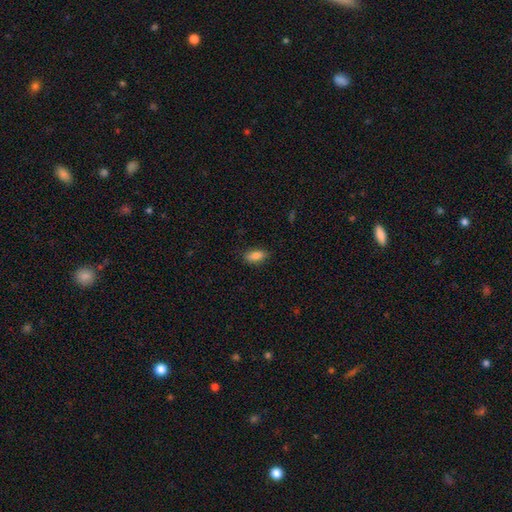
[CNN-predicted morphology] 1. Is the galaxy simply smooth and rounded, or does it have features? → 83% smooth, 9% featured or disk, 8% star or artifact.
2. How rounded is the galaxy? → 87% in between, 10% cigar-shaped, 4% round.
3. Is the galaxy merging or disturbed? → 84% none, 13% minor disturbance, 3% major disturbance, 1% merger.